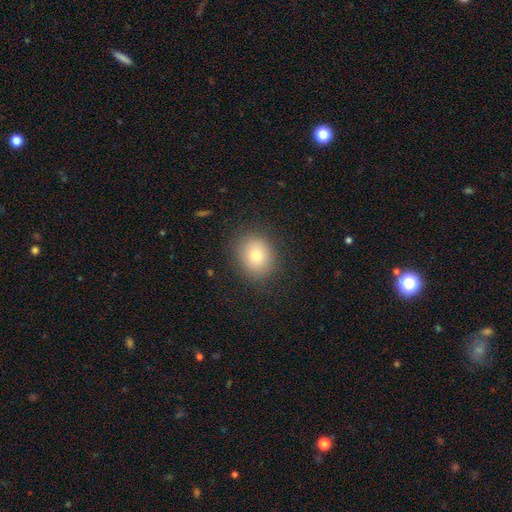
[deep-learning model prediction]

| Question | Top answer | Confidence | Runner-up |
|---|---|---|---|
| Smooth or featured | smooth | 75% | star or artifact (13%) |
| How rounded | round | 77% | in between (22%) |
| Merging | none | 87% | minor disturbance (8%) |